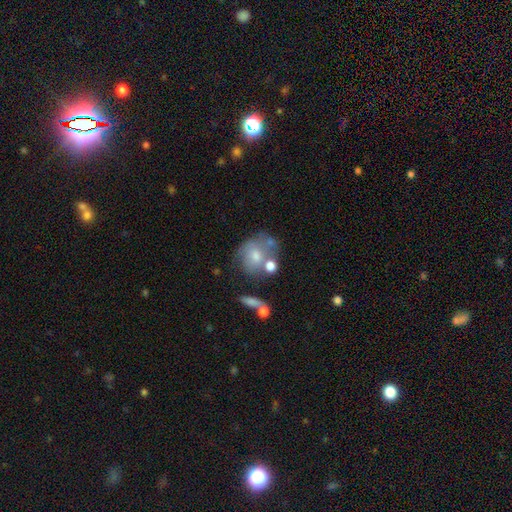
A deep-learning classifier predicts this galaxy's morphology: Smooth or featured? smooth (59%)
How rounded? round (63%)
Merging? none (39%)